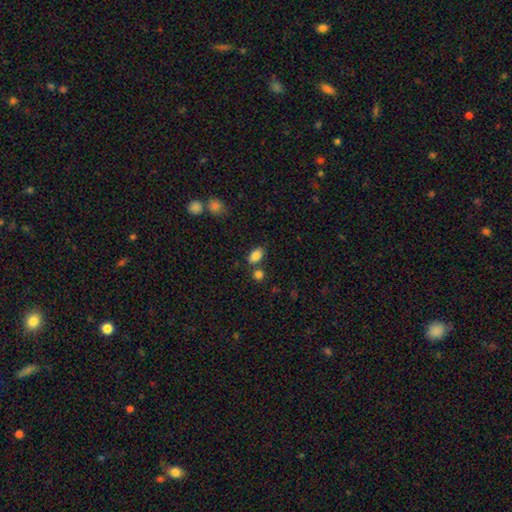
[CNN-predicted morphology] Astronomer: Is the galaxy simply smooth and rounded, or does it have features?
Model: smooth — 85%.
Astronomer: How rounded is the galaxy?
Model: in between — 88%.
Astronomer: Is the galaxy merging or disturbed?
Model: none — 69%.